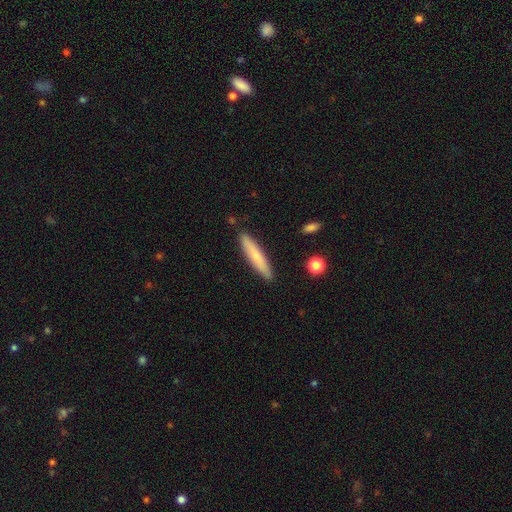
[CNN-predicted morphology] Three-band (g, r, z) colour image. It shows a smooth galaxy with no disk features (64%) that is cigar-shaped (89%). Merging: none (88%).